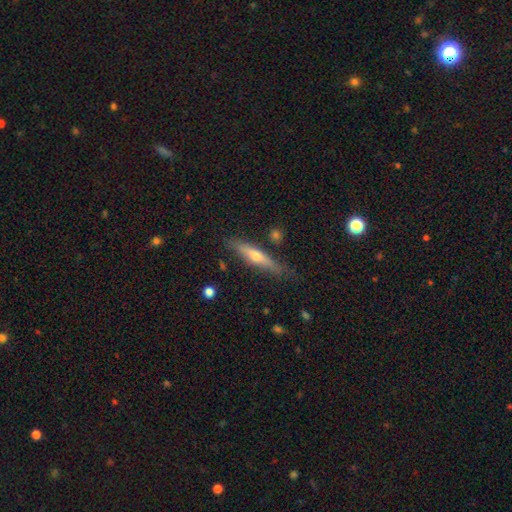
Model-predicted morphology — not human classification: Smooth or featured?
  - featured or disk: 51% *
  - smooth: 43%
  - star or artifact: 6%
Edge-on disk?
  - yes: 90% *
  - no: 10%
Merging?
  - none: 79% *
  - minor disturbance: 15%
  - major disturbance: 3%
  - merger: 3%